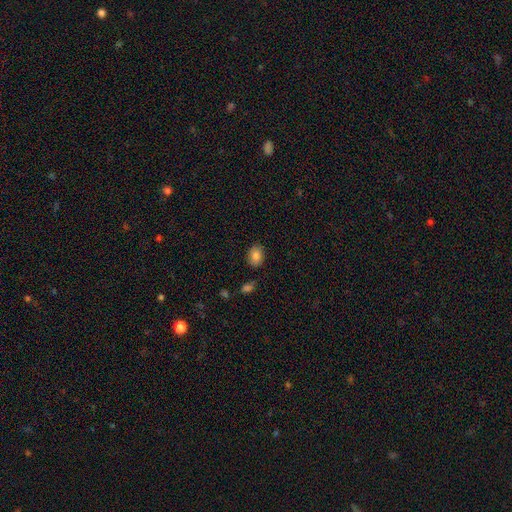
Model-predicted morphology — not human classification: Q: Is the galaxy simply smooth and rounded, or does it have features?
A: smooth — 83%.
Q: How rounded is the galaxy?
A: in between — 69%.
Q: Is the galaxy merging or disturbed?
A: none — 83%.